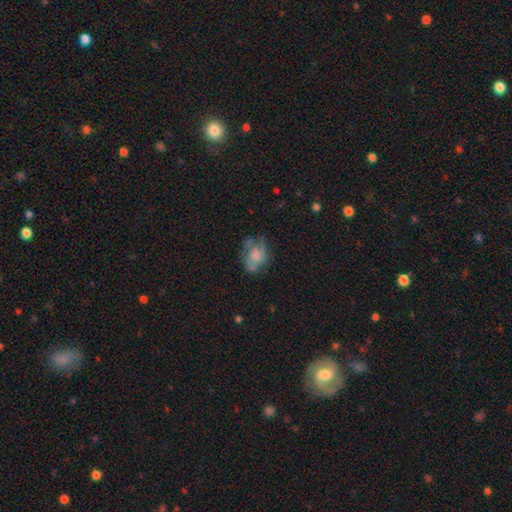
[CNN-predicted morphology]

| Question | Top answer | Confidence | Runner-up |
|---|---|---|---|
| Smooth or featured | featured or disk | 45% | smooth (44%) |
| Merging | none | 47% | minor disturbance (26%) |